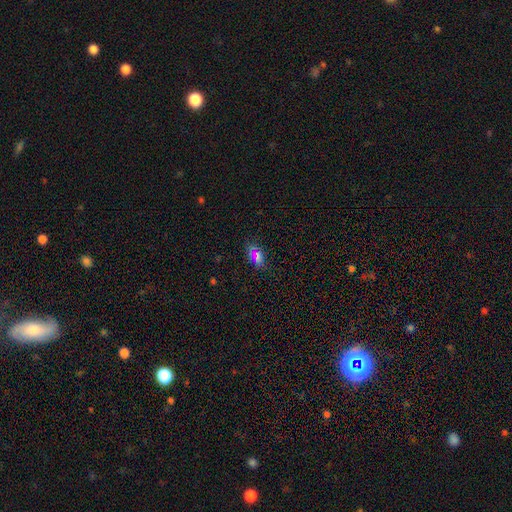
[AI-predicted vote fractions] Smooth or featured?
  - smooth: 53% *
  - star or artifact: 36%
  - featured or disk: 11%
How rounded?
  - in between: 81% *
  - round: 14%
  - cigar-shaped: 5%
Merging?
  - none: 77% *
  - minor disturbance: 14%
  - major disturbance: 6%
  - merger: 3%